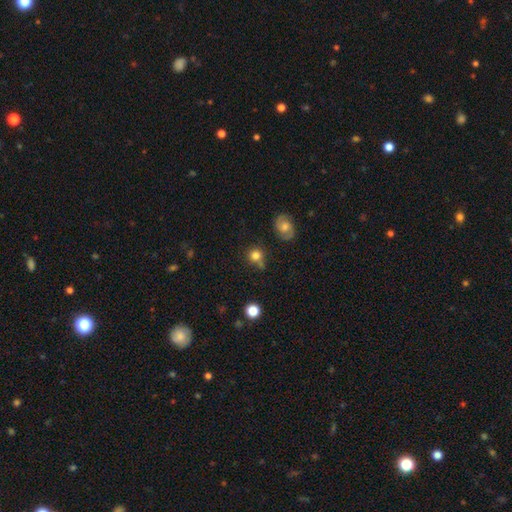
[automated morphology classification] A smooth galaxy with no disk features (79%) that is round (88%). Merging: none (65%).